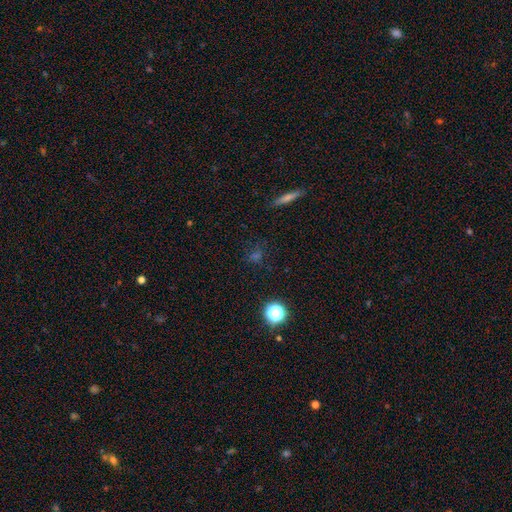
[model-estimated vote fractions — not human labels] Smooth or featured? star or artifact (44%, tied with smooth)